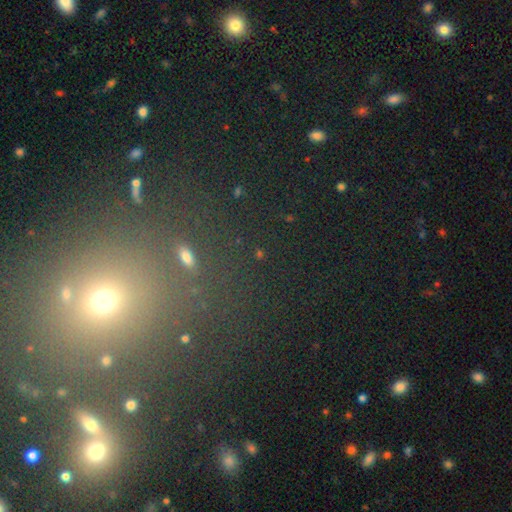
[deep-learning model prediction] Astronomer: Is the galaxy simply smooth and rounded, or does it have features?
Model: star or artifact — 59%.